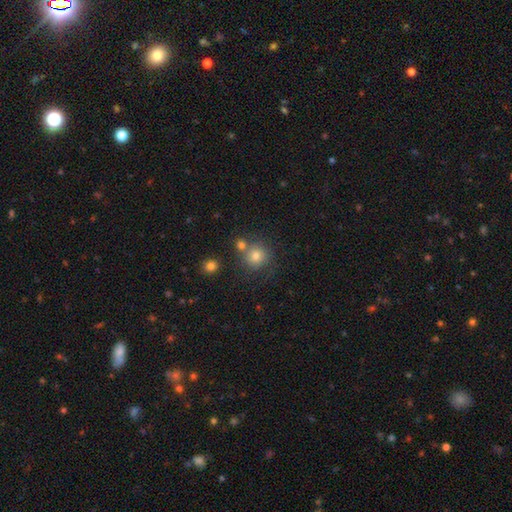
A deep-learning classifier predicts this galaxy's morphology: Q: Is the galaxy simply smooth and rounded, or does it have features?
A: smooth — 75%.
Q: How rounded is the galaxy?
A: round — 90%.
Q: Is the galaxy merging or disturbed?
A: none — 66%.